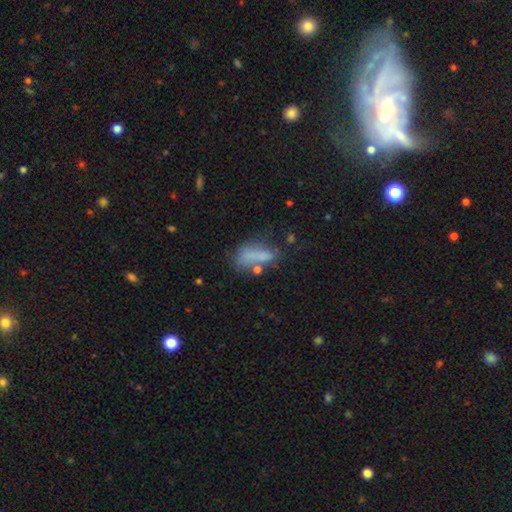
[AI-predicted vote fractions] Smooth or featured?
  - smooth: 70% *
  - featured or disk: 18%
  - star or artifact: 13%
How rounded?
  - in between: 65% *
  - cigar-shaped: 30%
  - round: 5%
Merging?
  - none: 41% *
  - minor disturbance: 24%
  - major disturbance: 20%
  - merger: 14%